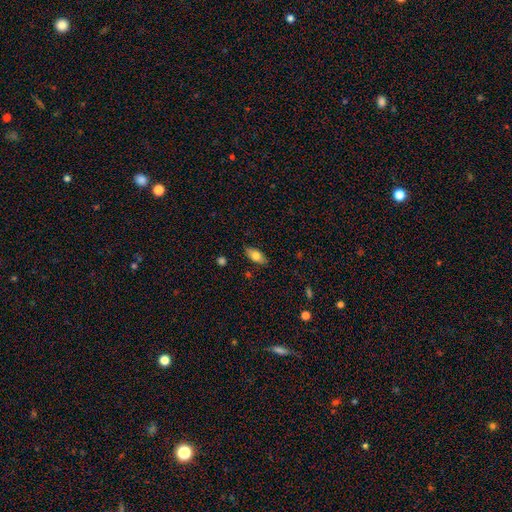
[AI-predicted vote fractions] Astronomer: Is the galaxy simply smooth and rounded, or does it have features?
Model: smooth — 75%.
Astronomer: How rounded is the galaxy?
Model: in between — 86%.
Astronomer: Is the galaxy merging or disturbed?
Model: none — 85%.